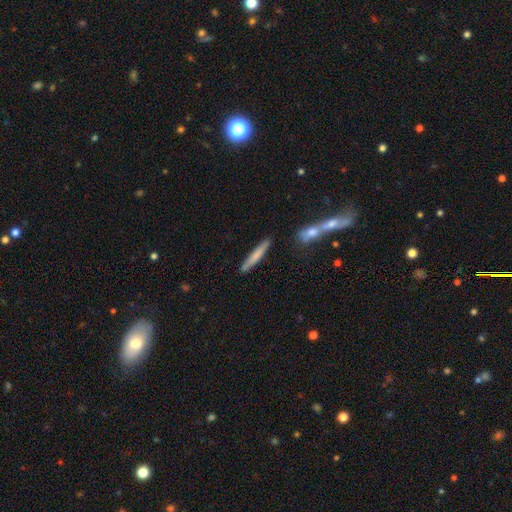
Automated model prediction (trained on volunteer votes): smooth 68%, featured or disk 27%, star or artifact 6%. Down the decision tree: how rounded — cigar-shaped (94%); merging — none (85%).